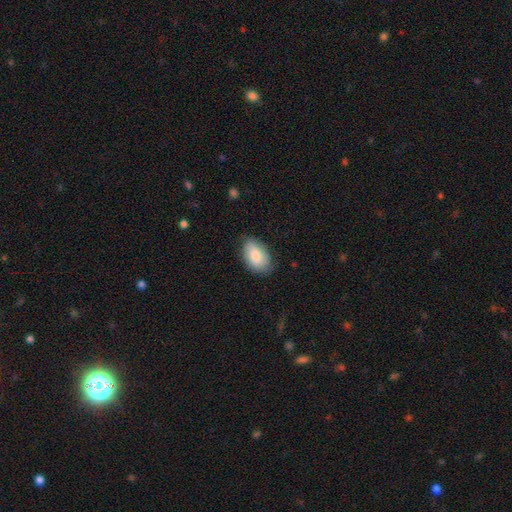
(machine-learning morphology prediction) type=smooth (84%); roundness=in between (92%); merging=none (75%).